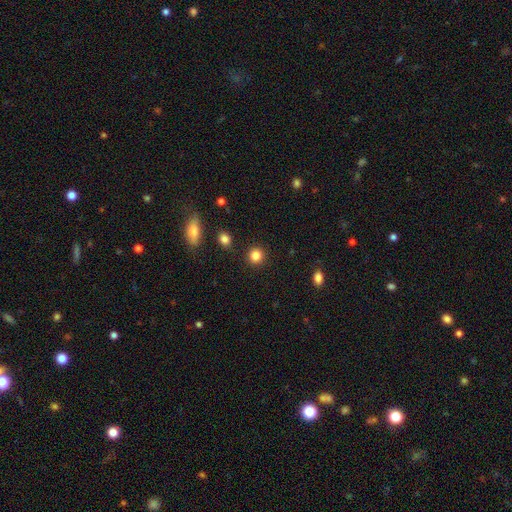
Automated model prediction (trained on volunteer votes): Smooth or featured? Predicted: smooth (p=0.85). How rounded? Predicted: round (p=0.92). Merging? Predicted: none (p=0.91).